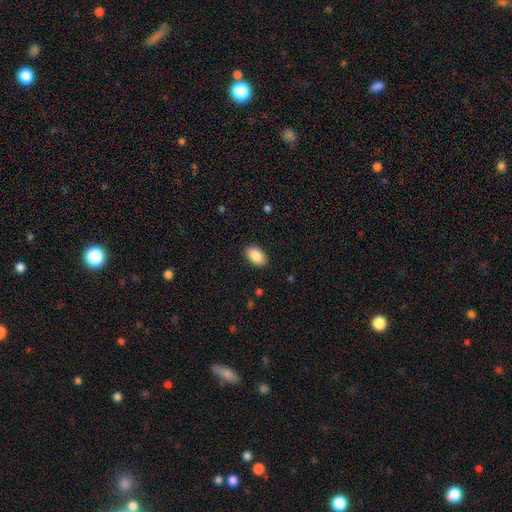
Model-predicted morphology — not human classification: Q: Smooth or featured?
A: smooth (88%); runner-up: star or artifact (7%)
Q: How rounded?
A: in between (94%); runner-up: round (5%)
Q: Merging?
A: none (89%); runner-up: minor disturbance (8%)